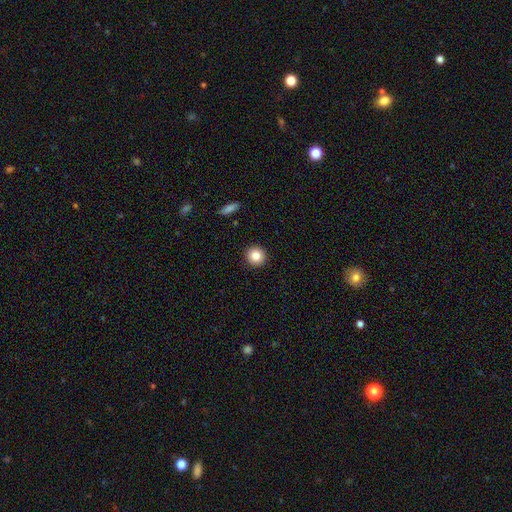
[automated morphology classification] A smooth galaxy with no disk features (84%) that is round (93%). Merging: none (92%).